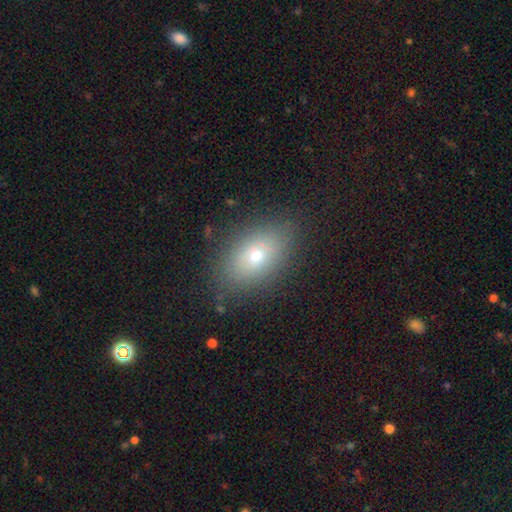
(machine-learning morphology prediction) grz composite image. It shows a smooth galaxy with no disk features (70%) that is in between round and cigar-shaped (85%). Merging: none (84%).